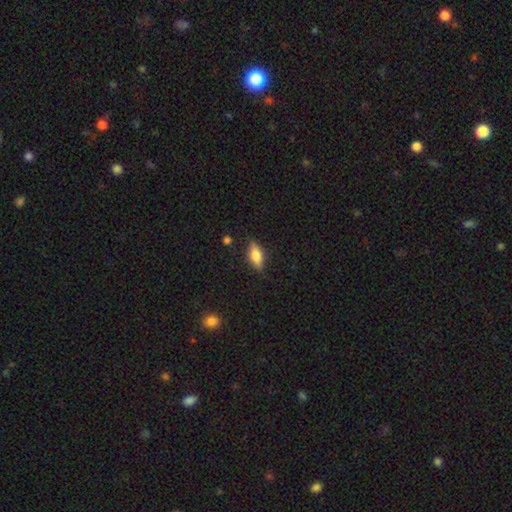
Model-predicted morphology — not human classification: Smooth or featured?
  - smooth: 61% *
  - featured or disk: 31%
  - star or artifact: 8%
How rounded?
  - in between: 75% *
  - cigar-shaped: 21%
  - round: 4%
Merging?
  - none: 81% *
  - minor disturbance: 14%
  - major disturbance: 3%
  - merger: 2%